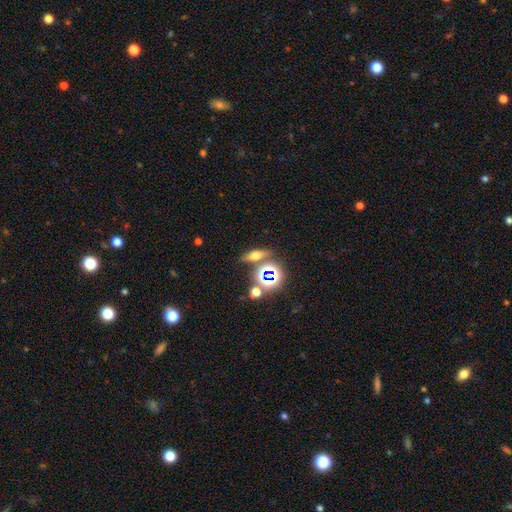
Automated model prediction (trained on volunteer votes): smooth-or-featured: smooth: 42% | featured or disk: 32% | star or artifact: 27%
  merging: none: 77% | minor disturbance: 10% | merger: 9% | major disturbance: 4%